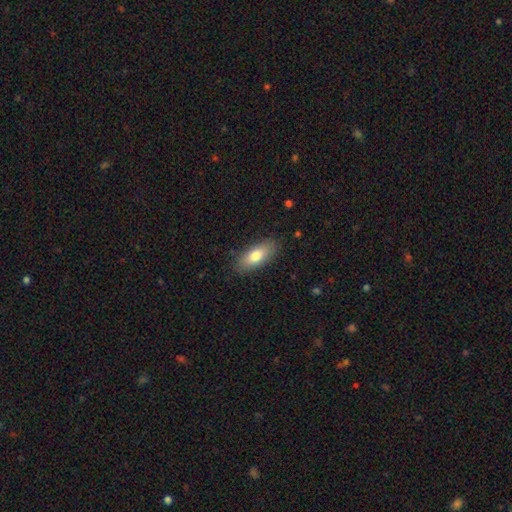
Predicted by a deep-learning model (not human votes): This is likely a smooth galaxy (77%). How rounded: clearly in between (80%). Merging: clearly none (85%).